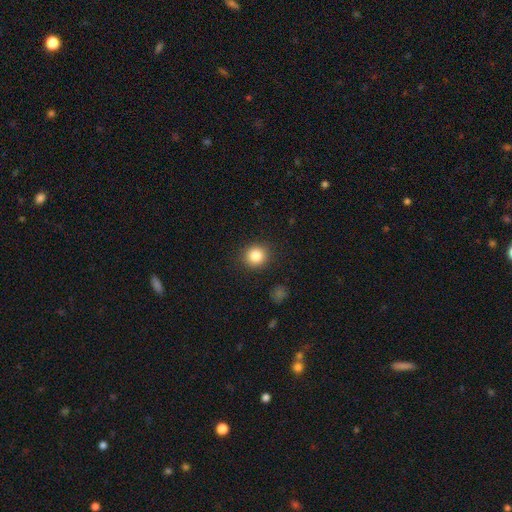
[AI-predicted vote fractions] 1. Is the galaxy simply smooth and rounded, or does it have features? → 84% smooth, 10% star or artifact, 6% featured or disk.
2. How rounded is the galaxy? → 88% round, 11% in between, 1% cigar-shaped.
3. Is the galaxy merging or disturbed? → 90% none, 7% minor disturbance, 2% major disturbance, 1% merger.